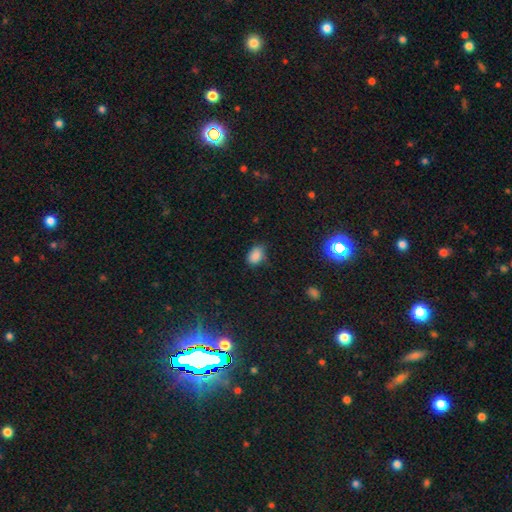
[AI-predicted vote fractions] smooth_or_featured: smooth (p=0.84) [alt: star or artifact p=0.12]
how_rounded: in between (p=0.80) [alt: round p=0.19]
merging: none (p=0.66) [alt: minor disturbance p=0.26]